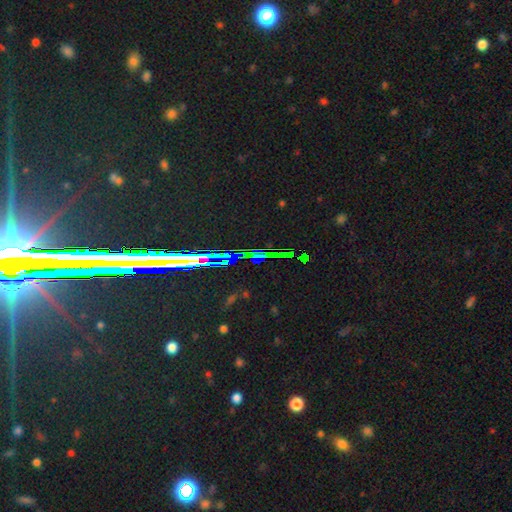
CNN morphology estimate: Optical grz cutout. It shows a star or artifact, not a galaxy (78%).